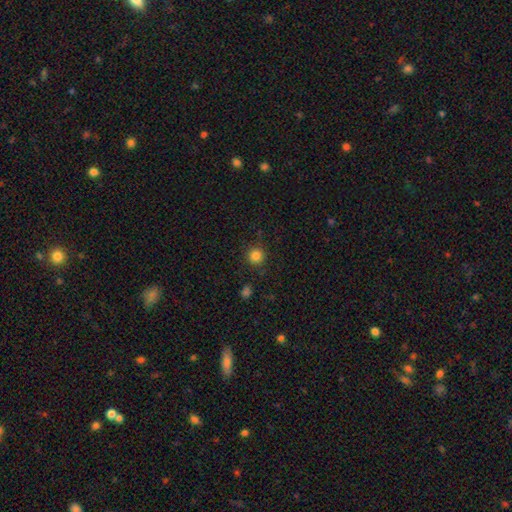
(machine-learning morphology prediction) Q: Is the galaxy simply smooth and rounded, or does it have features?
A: smooth — 83%.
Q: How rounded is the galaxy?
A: round — 94%.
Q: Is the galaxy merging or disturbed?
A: none — 89%.